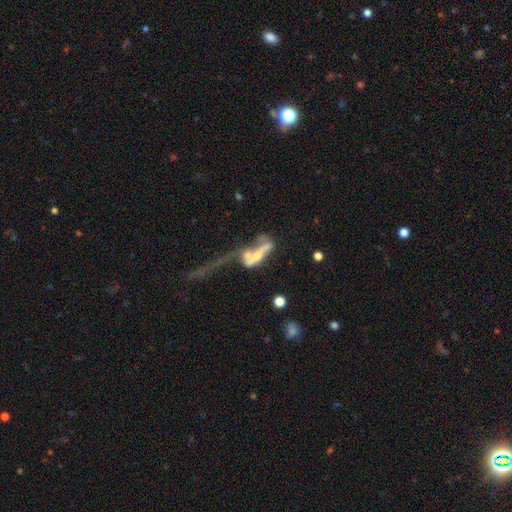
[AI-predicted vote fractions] smooth_or_featured: featured or disk (p=0.58) [alt: smooth p=0.32]
disk_edge_on: no (p=0.65) [alt: yes p=0.35]
merging: merger (p=0.44) [alt: major disturbance p=0.33]